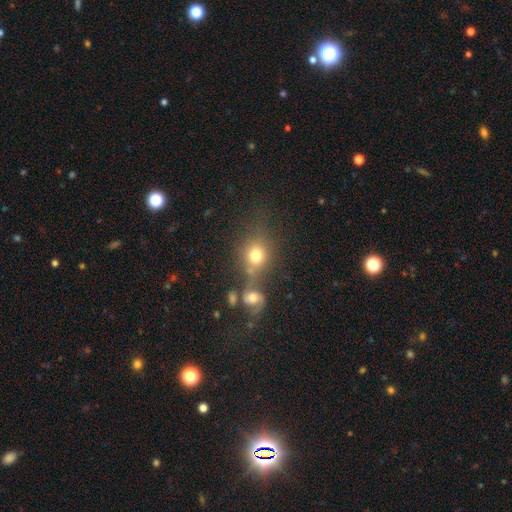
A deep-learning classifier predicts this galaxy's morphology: This appears to be a smooth galaxy with no disk features (73%) that is round (73%). Merging: none (45%).